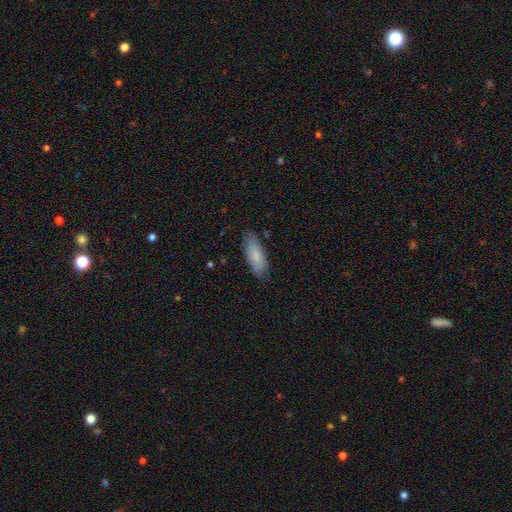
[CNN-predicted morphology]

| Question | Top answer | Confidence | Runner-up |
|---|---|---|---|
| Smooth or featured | smooth | 81% | featured or disk (13%) |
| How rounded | in between | 71% | cigar-shaped (27%) |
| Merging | none | 81% | minor disturbance (15%) |